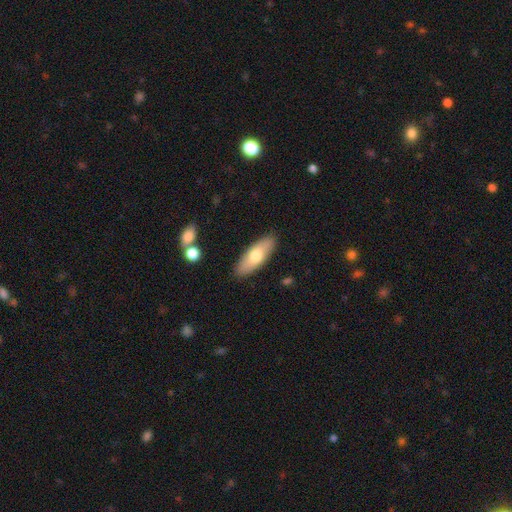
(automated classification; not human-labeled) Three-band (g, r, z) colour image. It shows a smooth galaxy with no disk features (68%) that is in between round and cigar-shaped (66%). Merging: none (87%).